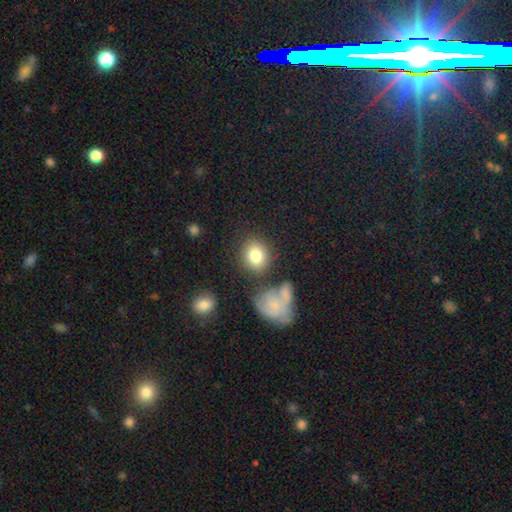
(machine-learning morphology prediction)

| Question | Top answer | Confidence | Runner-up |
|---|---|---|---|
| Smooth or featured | smooth | 81% | featured or disk (11%) |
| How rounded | round | 67% | in between (31%) |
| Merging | none | 75% | minor disturbance (12%) |